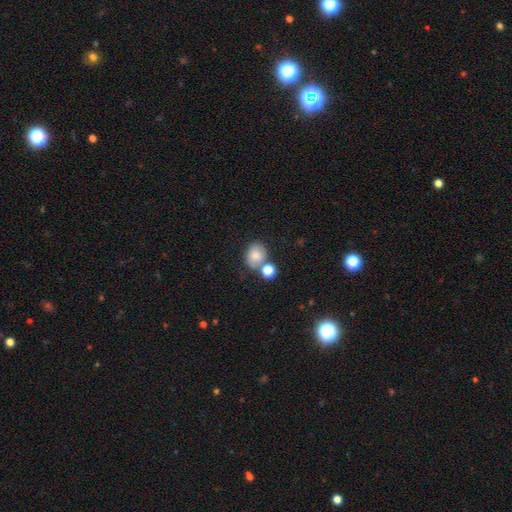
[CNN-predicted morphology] A smooth galaxy with no disk features (79%) that is round (55%).

Vote fractions:
- Smooth or featured? smooth: 79% / featured or disk: 12% / star or artifact: 10%
- How rounded? round: 55% / in between: 44% / cigar-shaped: 1%
- Merging? none: 53% / merger: 27% / minor disturbance: 15% / major disturbance: 5%